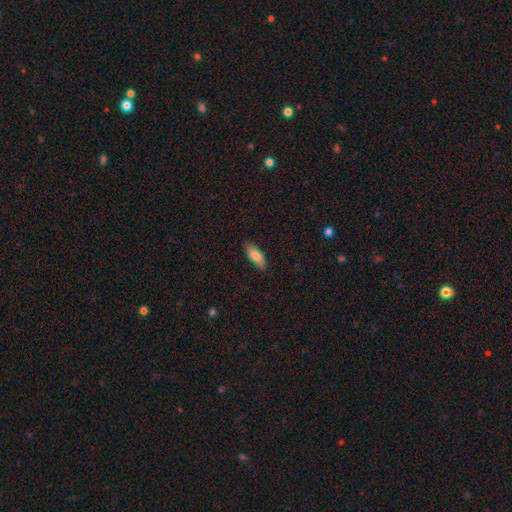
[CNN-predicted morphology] Smooth or featured?
  - smooth: 83% *
  - featured or disk: 11%
  - star or artifact: 6%
How rounded?
  - in between: 79% *
  - cigar-shaped: 19%
  - round: 2%
Merging?
  - none: 87% *
  - minor disturbance: 10%
  - major disturbance: 2%
  - merger: 1%